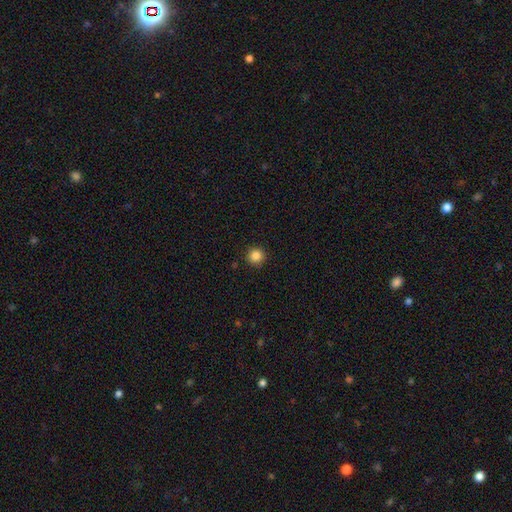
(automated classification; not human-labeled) Q: Smooth or featured?
A: smooth (86%); runner-up: star or artifact (11%)
Q: How rounded?
A: round (95%); runner-up: in between (4%)
Q: Merging?
A: none (91%); runner-up: minor disturbance (6%)